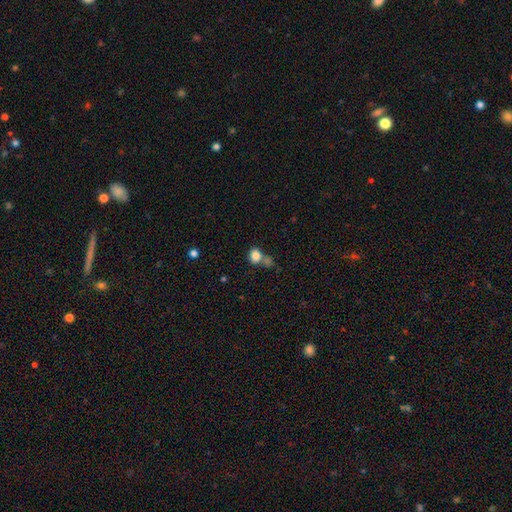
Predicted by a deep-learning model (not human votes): Smooth or featured? smooth (83%)
How rounded? round (52%)
Merging? none (44%)